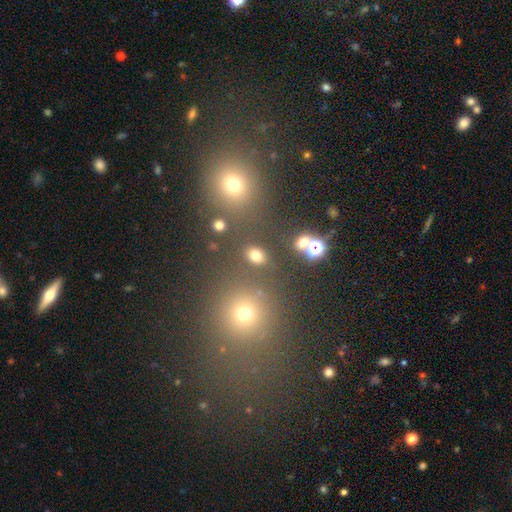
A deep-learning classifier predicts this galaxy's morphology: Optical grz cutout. It shows a smooth galaxy with no disk features (74%) that is in between round and cigar-shaped (62%). Merging: none (80%).